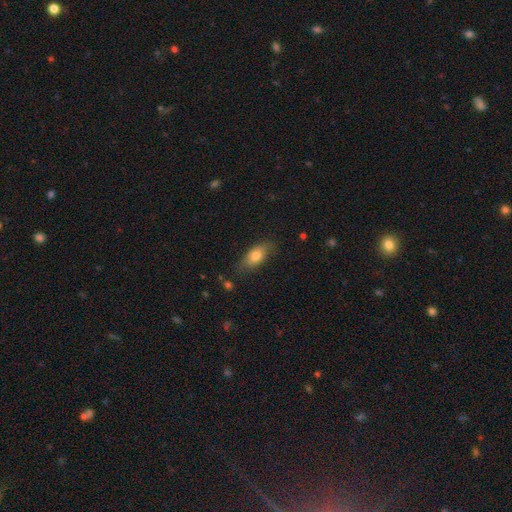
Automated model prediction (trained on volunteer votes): Smooth or featured? smooth (76%)
How rounded? in between (82%)
Merging? none (77%)